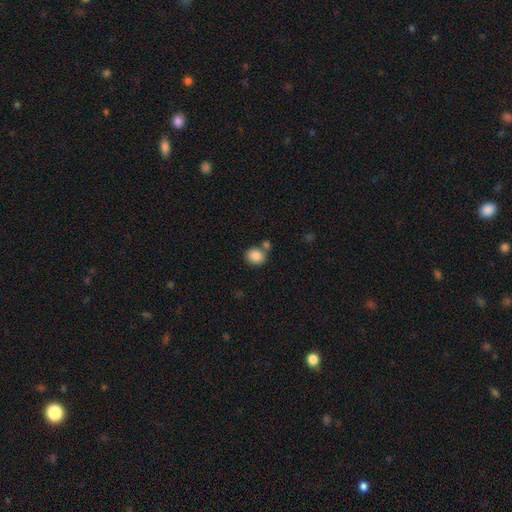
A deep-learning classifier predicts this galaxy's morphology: The model was most divided on "how rounded": round: 67%, in between: 32%, cigar-shaped: 1%. More confident: smooth or featured — smooth (87%); merging — none (61%).